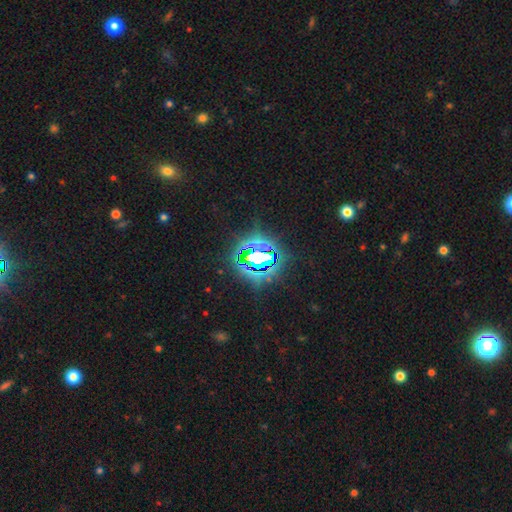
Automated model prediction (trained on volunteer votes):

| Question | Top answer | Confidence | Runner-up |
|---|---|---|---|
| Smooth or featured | star or artifact | 79% | smooth (12%) |